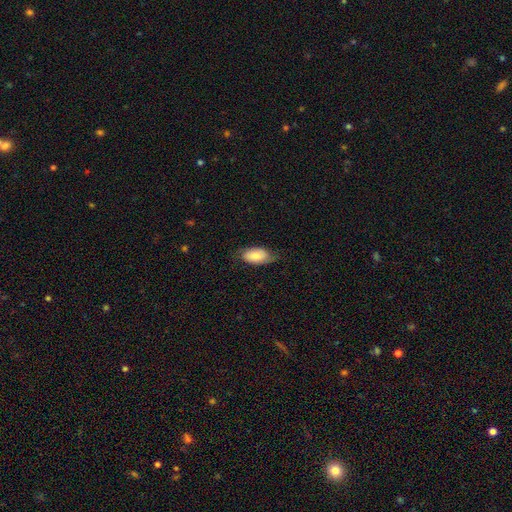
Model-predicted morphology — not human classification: The model was most divided on "merging": none: 67%, minor disturbance: 25%, major disturbance: 8%, merger: 1%. More confident: how rounded — in between (93%); smooth or featured — smooth (70%).